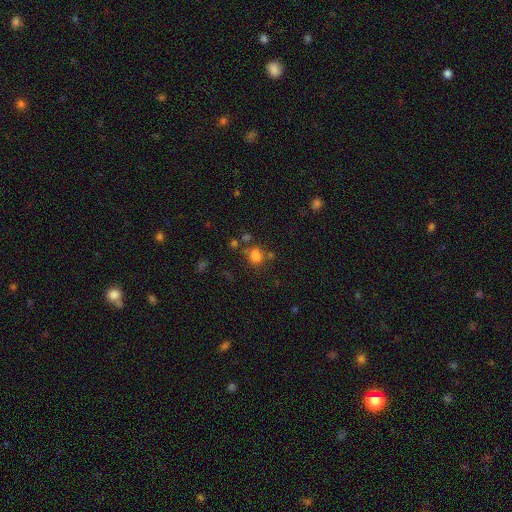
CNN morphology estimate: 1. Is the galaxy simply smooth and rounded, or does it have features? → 75% smooth, 17% star or artifact, 8% featured or disk.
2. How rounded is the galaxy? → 65% round, 34% in between, 1% cigar-shaped.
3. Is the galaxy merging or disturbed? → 58% none, 19% merger, 16% minor disturbance, 8% major disturbance.